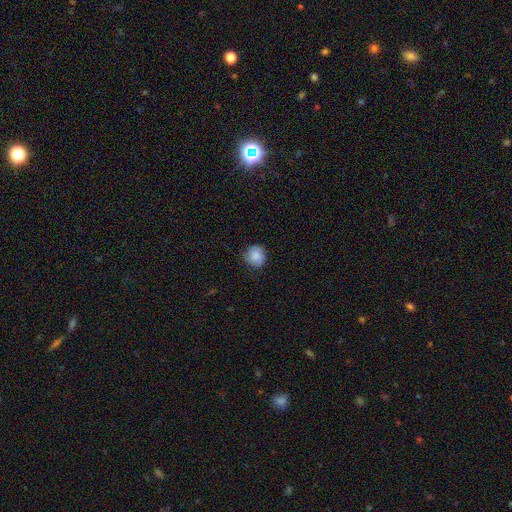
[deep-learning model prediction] smooth 79%, featured or disk 13%, star or artifact 8%. Down the decision tree: how rounded — round (88%); merging — none (75%).